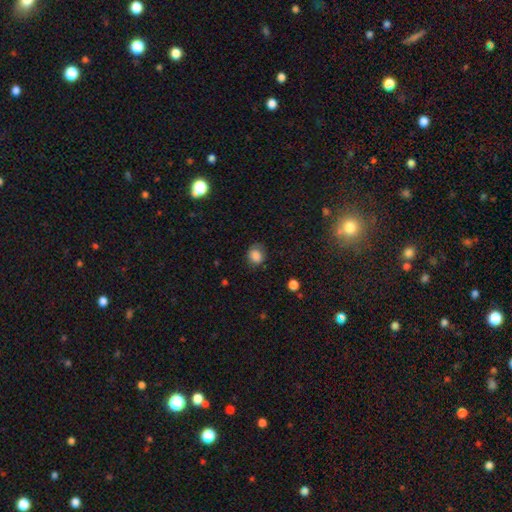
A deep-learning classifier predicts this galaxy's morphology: A smooth galaxy with no disk features (83%) that is round (67%). Merging: none (71%).